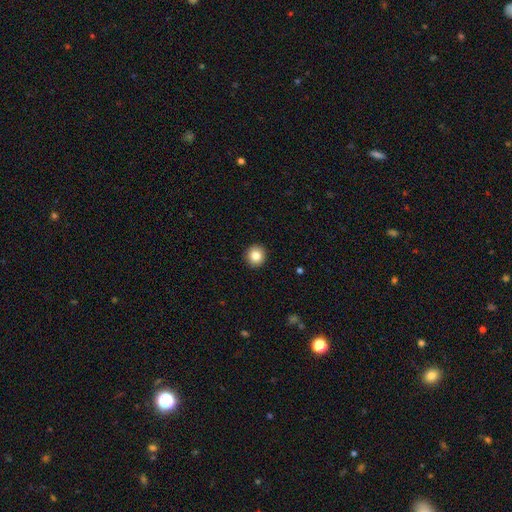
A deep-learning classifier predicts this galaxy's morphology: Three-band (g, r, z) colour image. It shows a smooth galaxy with no disk features (84%) that is round (92%). Merging: none (93%).